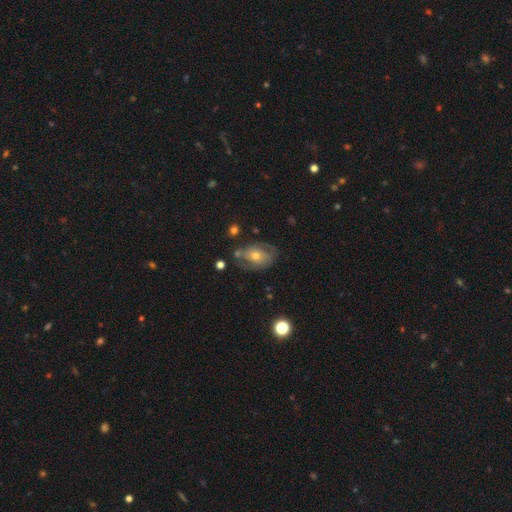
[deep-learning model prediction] Smooth or featured? Predicted: featured or disk (p=0.60). Edge-on disk? Predicted: no (p=0.94). Bar? Predicted: no (p=0.75). Spiral arms? Predicted: yes (p=0.62). Bulge size? Predicted: moderate (p=0.61). Merging? Predicted: none (p=0.62).